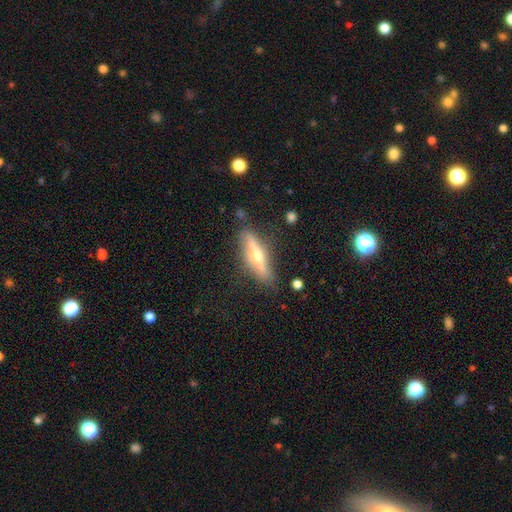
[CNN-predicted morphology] The model was most divided on "smooth or featured": featured or disk: 71%, smooth: 23%, star or artifact: 6%. More confident: edge-on disk — yes (93%); edge-on bulge — rounded (92%); merging — none (83%).